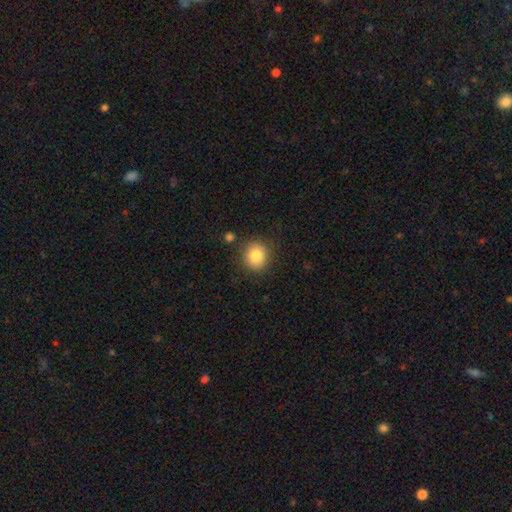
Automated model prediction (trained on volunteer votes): smooth_or_featured: smooth (p=0.83) [alt: star or artifact p=0.10]
how_rounded: round (p=0.85) [alt: in between p=0.15]
merging: none (p=0.85) [alt: minor disturbance p=0.09]